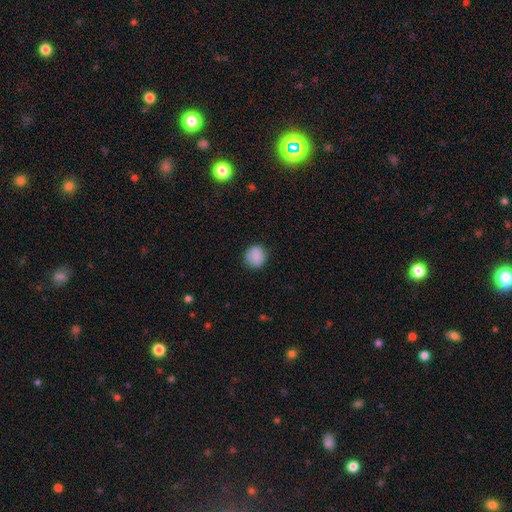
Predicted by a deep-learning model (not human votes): This appears to be a smooth galaxy with no disk features (86%) that is round (82%). Merging: none (84%).